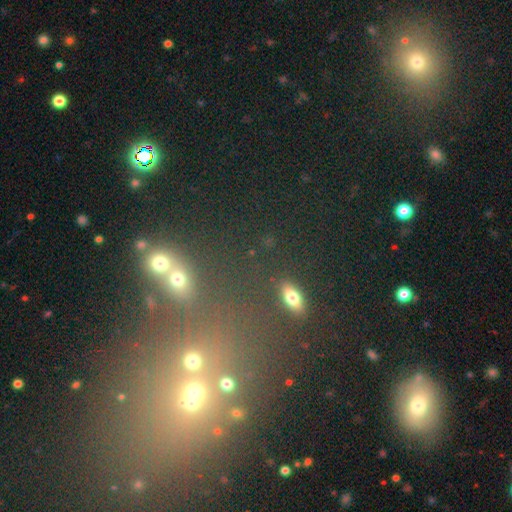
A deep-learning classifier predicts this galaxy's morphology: This appears to be a smooth galaxy with no disk features (44%). Merging: none (70%).